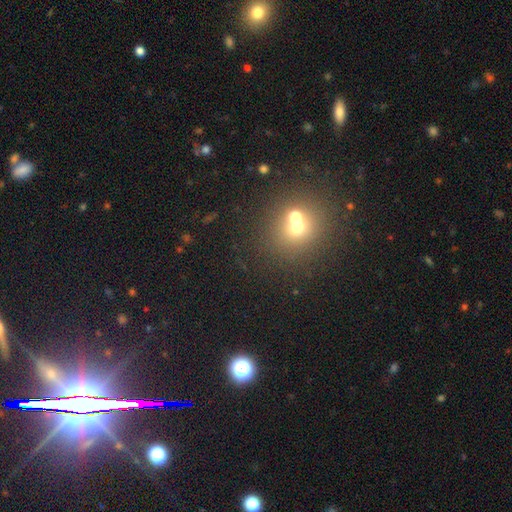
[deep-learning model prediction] The model was most divided on "smooth or featured": star or artifact: 44%, smooth: 42%, featured or disk: 15%.